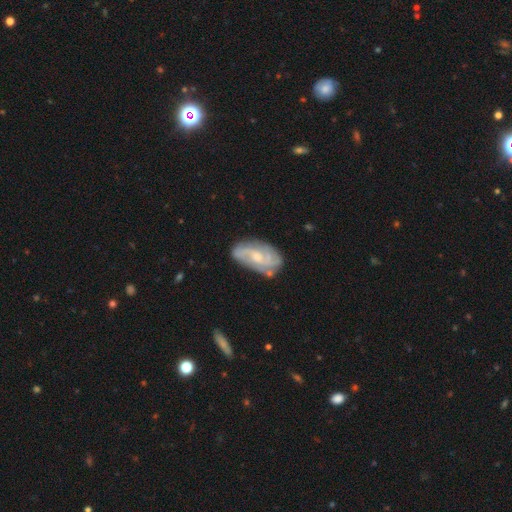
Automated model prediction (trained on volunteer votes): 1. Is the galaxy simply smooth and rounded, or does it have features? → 72% featured or disk, 22% smooth, 7% star or artifact.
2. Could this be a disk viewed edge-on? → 95% no, 5% yes.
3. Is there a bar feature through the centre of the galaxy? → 57% no, 36% weak, 7% strong.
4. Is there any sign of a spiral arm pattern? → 87% yes, 13% no.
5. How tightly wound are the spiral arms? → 41% medium, 38% tight, 21% loose.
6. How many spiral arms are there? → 32% can't tell, 30% 2, 22% 3, 9% 4, 4% 1, 4% more than 4.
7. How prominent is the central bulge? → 50% moderate, 41% small, 5% none, 3% large, 1% dominant.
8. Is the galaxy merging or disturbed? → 68% none, 22% minor disturbance, 7% major disturbance, 3% merger.